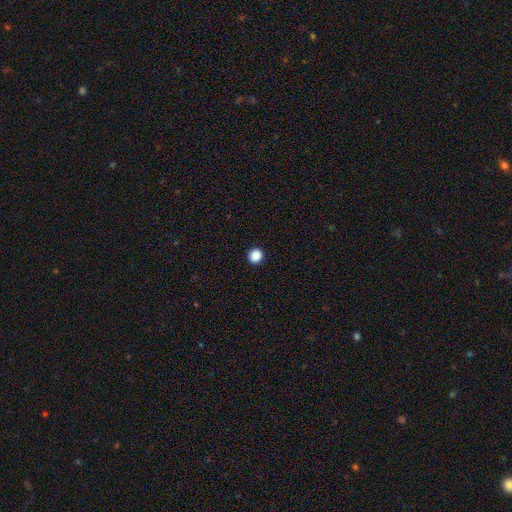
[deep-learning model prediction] Smooth or featured? smooth (88%)
How rounded? round (94%)
Merging? none (94%)